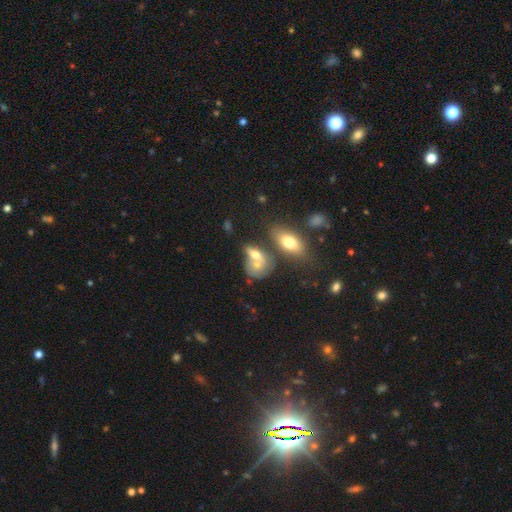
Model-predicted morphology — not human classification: type=smooth (60%); roundness=in between (67%); merging=merger (44%).